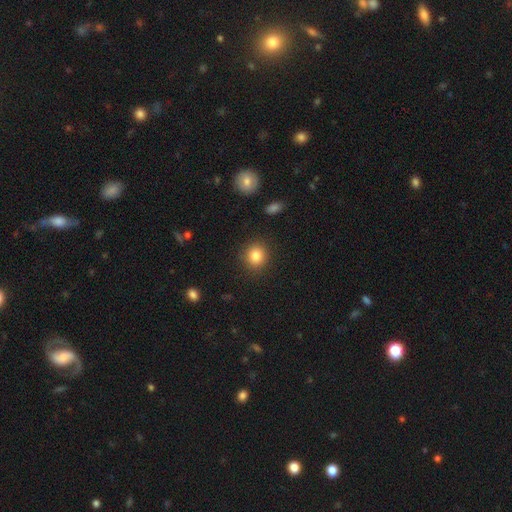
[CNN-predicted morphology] smooth 85%, star or artifact 10%, featured or disk 5%. Down the decision tree: how rounded — round (86%); merging — none (89%).